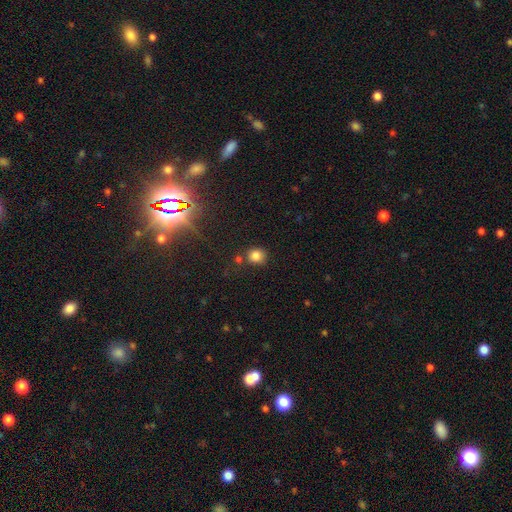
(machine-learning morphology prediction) Smooth or featured?
  - smooth: 81% *
  - star or artifact: 14%
  - featured or disk: 5%
How rounded?
  - round: 84% *
  - in between: 15%
  - cigar-shaped: 1%
Merging?
  - none: 73% *
  - minor disturbance: 12%
  - merger: 10%
  - major disturbance: 4%